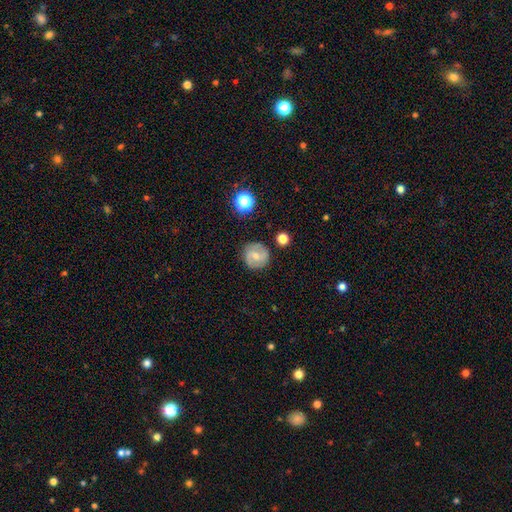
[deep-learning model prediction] Smooth or featured: featured or disk — 47% (smooth — 44%)
Merging: none — 84% (minor disturbance — 11%)